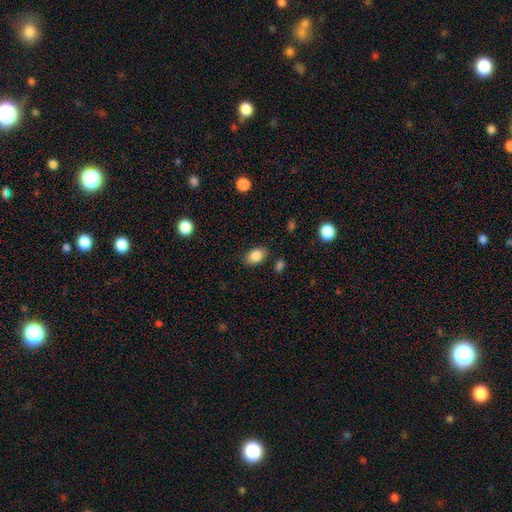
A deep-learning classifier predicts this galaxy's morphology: This appears to be a smooth galaxy with no disk features (85%) that is in between round and cigar-shaped (85%). Merging: none (83%).